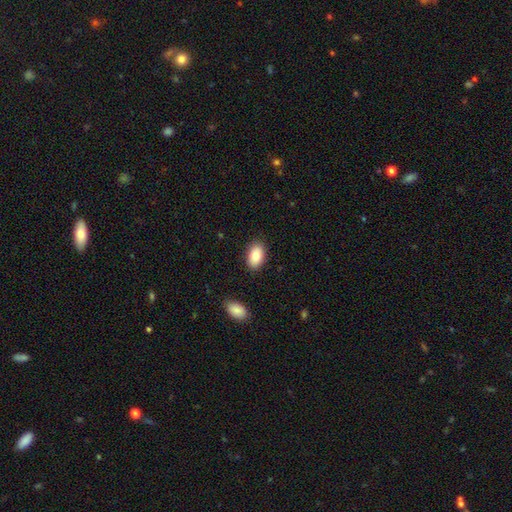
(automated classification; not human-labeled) The model was most divided on "smooth or featured": smooth: 83%, featured or disk: 10%, star or artifact: 7%. More confident: how rounded — in between (91%); merging — none (87%).